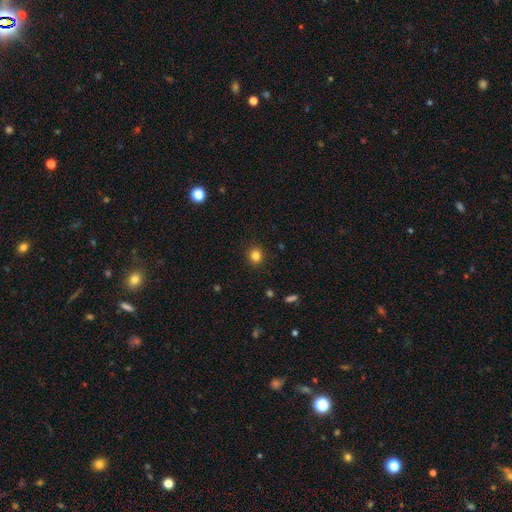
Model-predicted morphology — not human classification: This appears to be a smooth galaxy with no disk features (83%) that is round (88%). Merging: none (91%).